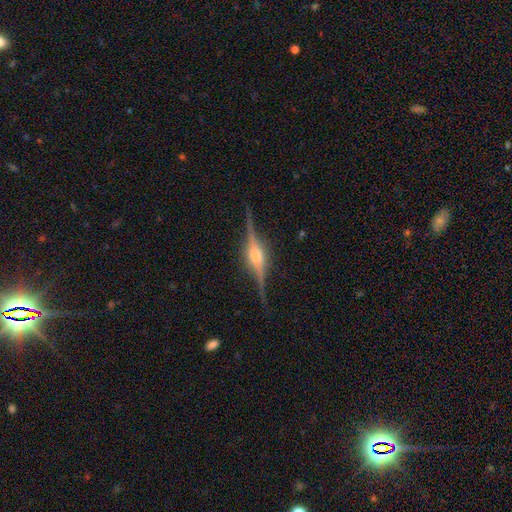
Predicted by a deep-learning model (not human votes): Smooth or featured? featured or disk (89%)
Edge-on disk? yes (98%)
Edge-on bulge? rounded (87%)
Merging? none (87%)